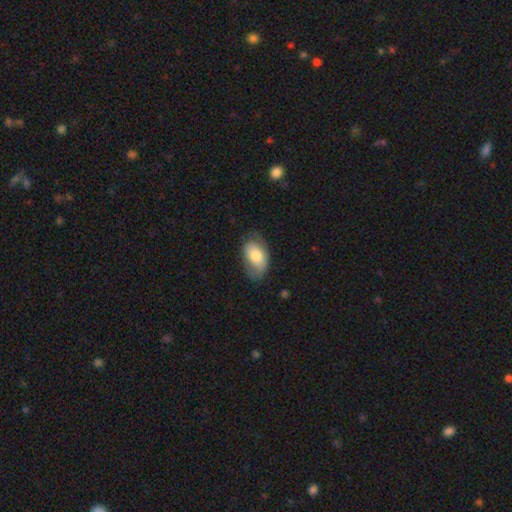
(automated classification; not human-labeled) Smooth or featured: smooth — 72% (featured or disk — 22%)
How rounded: in between — 92% (round — 6%)
Merging: none — 62% (minor disturbance — 28%)